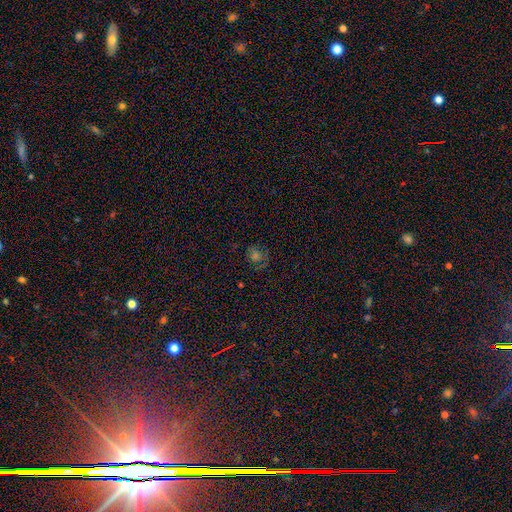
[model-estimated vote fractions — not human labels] Smooth or featured: smooth — 43% (star or artifact — 32%)
Merging: none — 68% (minor disturbance — 18%)